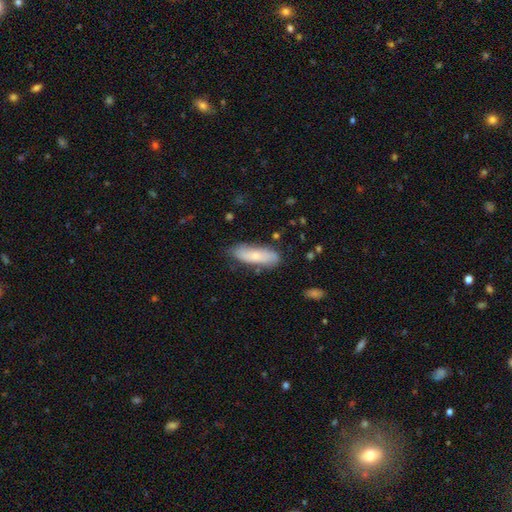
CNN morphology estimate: smooth-or-featured: smooth: 72% | featured or disk: 22% | star or artifact: 6%
  how-rounded: in between: 52% | cigar-shaped: 46% | round: 2%
  merging: none: 78% | minor disturbance: 17% | major disturbance: 3% | merger: 2%